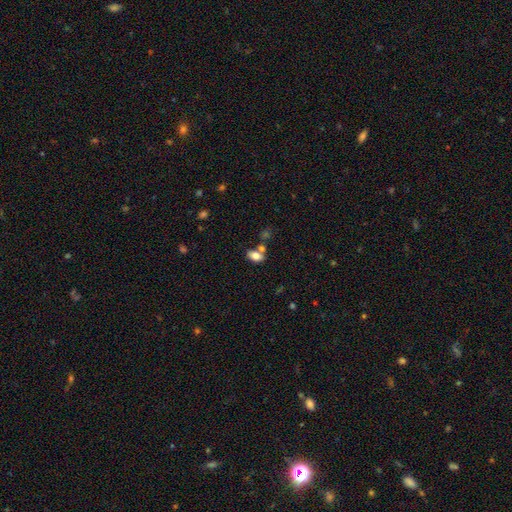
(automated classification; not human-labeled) smooth_or_featured: smooth (p=0.79) [alt: featured or disk p=0.12]
how_rounded: in between (p=0.88) [alt: round p=0.09]
merging: none (p=0.57) [alt: merger p=0.25]